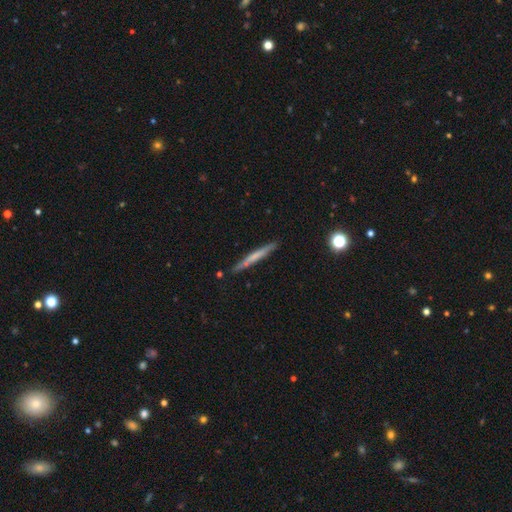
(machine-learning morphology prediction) Overall: smooth (54%; featured or disk 40%). How rounded: cigar-shaped (96%). Merging: none (85%).